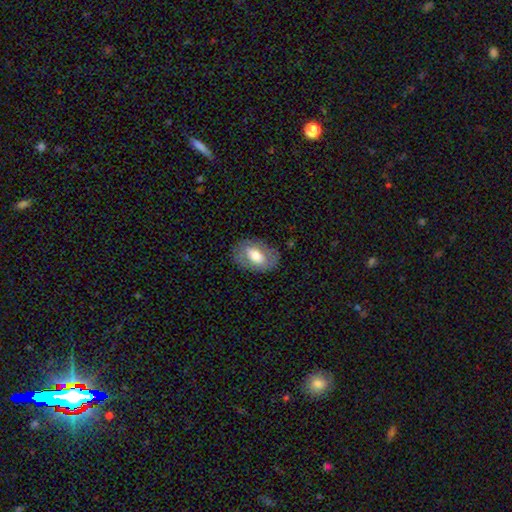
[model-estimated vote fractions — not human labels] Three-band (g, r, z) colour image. It shows a smooth galaxy with no disk features (60%) that is in between round and cigar-shaped (87%). Merging: none (78%).